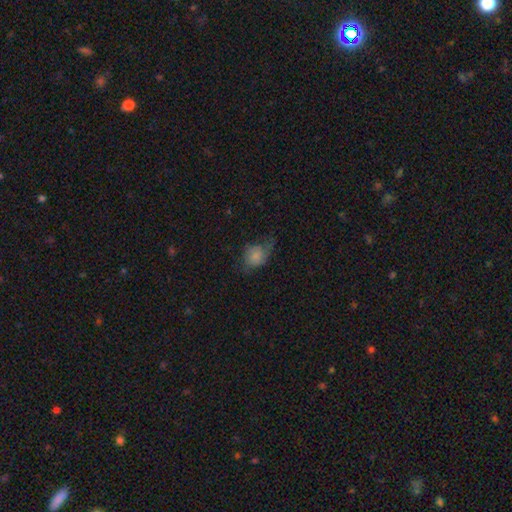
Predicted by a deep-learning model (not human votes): smooth-or-featured: smooth: 69% | featured or disk: 21% | star or artifact: 10%
  how-rounded: in between: 59% | round: 40% | cigar-shaped: 1%
  merging: none: 36% | minor disturbance: 34% | major disturbance: 27% | merger: 2%